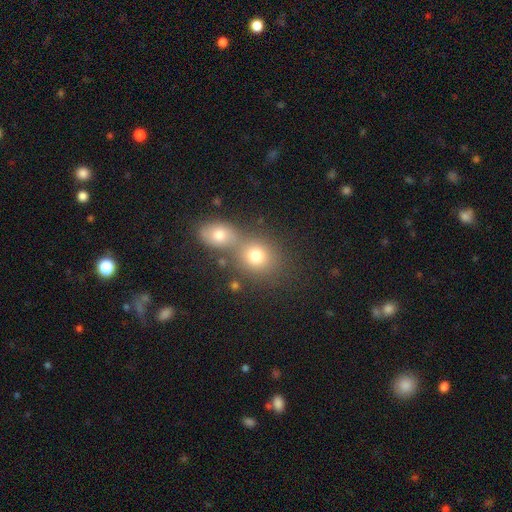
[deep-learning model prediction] Smooth or featured? Predicted: smooth (p=0.76). How rounded? Predicted: round (p=0.69). Merging? Predicted: merger (p=0.46).